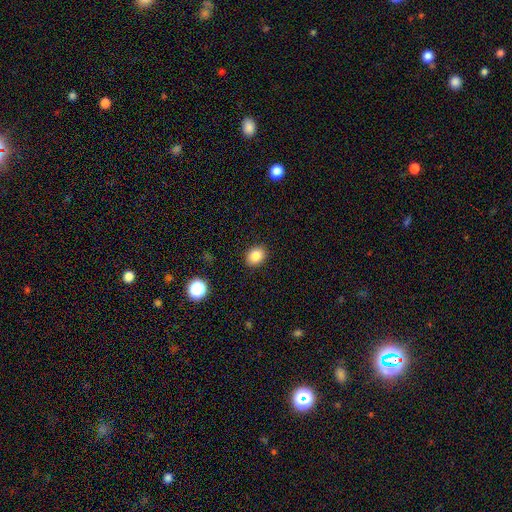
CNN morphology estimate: This appears to be a smooth galaxy with no disk features (85%) that is in between round and cigar-shaped (53%). Merging: none (90%).